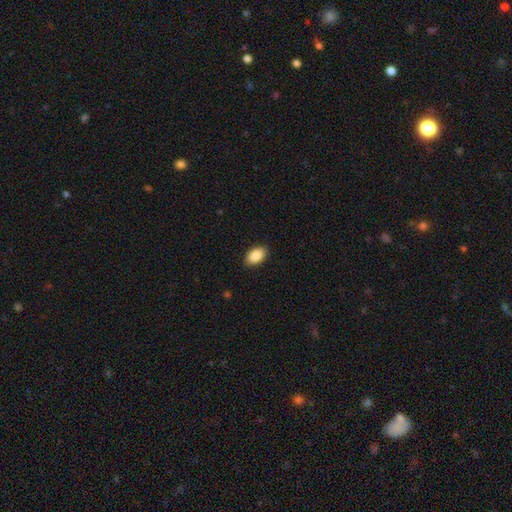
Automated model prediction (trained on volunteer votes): smooth-or-featured: smooth: 89% | star or artifact: 7% | featured or disk: 4%
  how-rounded: in between: 93% | round: 5% | cigar-shaped: 2%
  merging: none: 89% | minor disturbance: 8% | major disturbance: 2% | merger: 1%